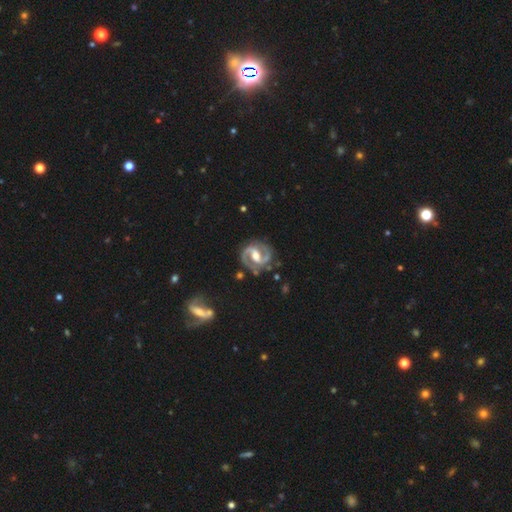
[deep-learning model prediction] This is clearly a featured or disk galaxy (92%). It is clearly not viewed edge-on (98%). Bar: marginally strong (43%). Spiral arm pattern: clearly yes (97%). Spiral arm count: clearly 2 (94%). Spiral winding: possibly medium (58%). Central bulge: likely moderate (70%). Merging: clearly none (82%).